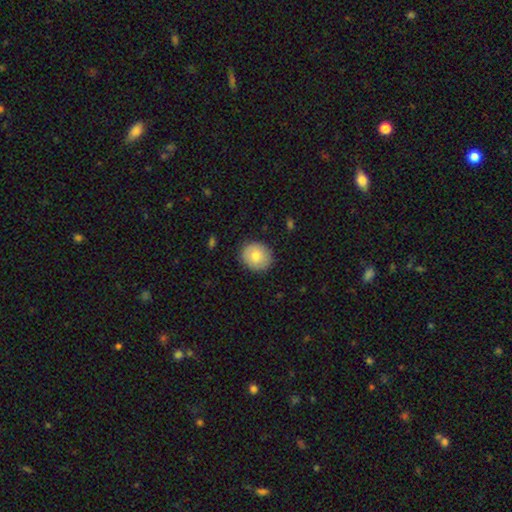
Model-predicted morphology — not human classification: smooth 77%, featured or disk 15%, star or artifact 8%. Down the decision tree: how rounded — round (81%); merging — none (87%).